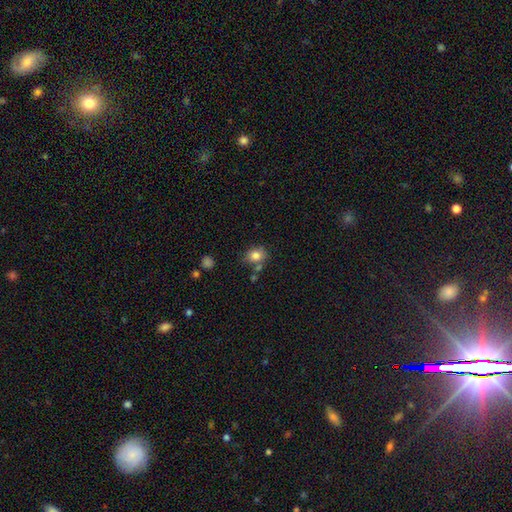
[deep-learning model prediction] This appears to be a smooth galaxy with no disk features (81%) that is round (57%). Merging: none (64%).